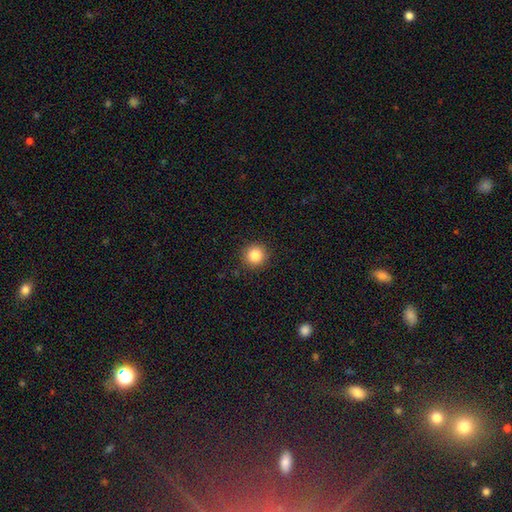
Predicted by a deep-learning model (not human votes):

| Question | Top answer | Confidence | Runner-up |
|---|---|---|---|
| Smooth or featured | smooth | 84% | star or artifact (11%) |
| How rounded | round | 94% | in between (5%) |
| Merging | none | 92% | minor disturbance (6%) |